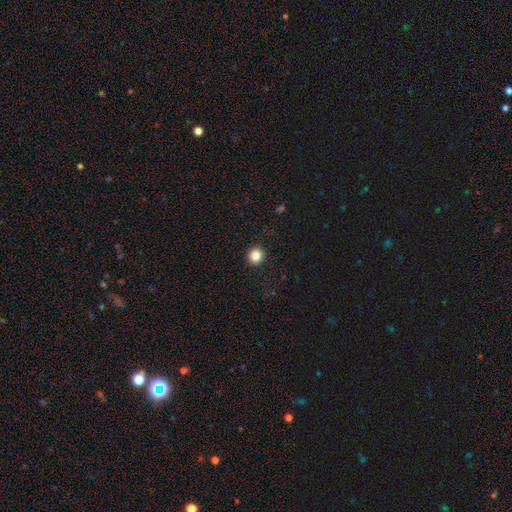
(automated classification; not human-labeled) Smooth or featured? Predicted: smooth (p=0.85). How rounded? Predicted: round (p=0.94). Merging? Predicted: none (p=0.93).